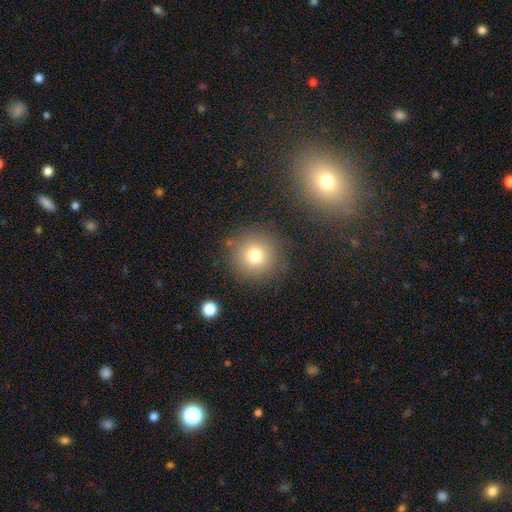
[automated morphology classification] A smooth galaxy with no disk features (74%) that is round (93%).

Vote fractions:
- Smooth or featured? smooth: 74% / star or artifact: 16% / featured or disk: 10%
- How rounded? round: 93% / in between: 6% / cigar-shaped: 1%
- Merging? none: 86% / minor disturbance: 7% / merger: 4% / major disturbance: 3%